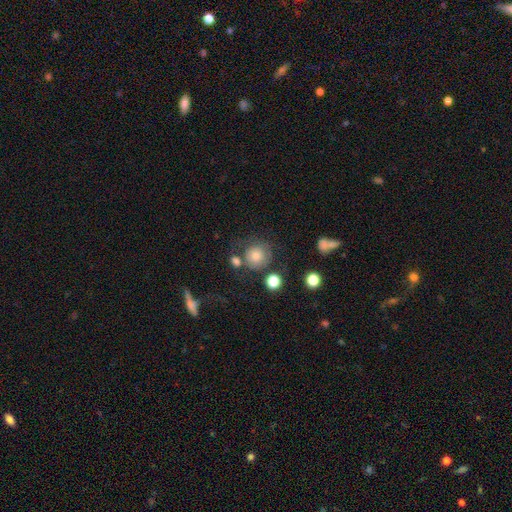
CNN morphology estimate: smooth_or_featured: smooth (p=0.69) [alt: featured or disk p=0.17]
how_rounded: round (p=0.89) [alt: in between p=0.10]
merging: none (p=0.60) [alt: minor disturbance p=0.17]